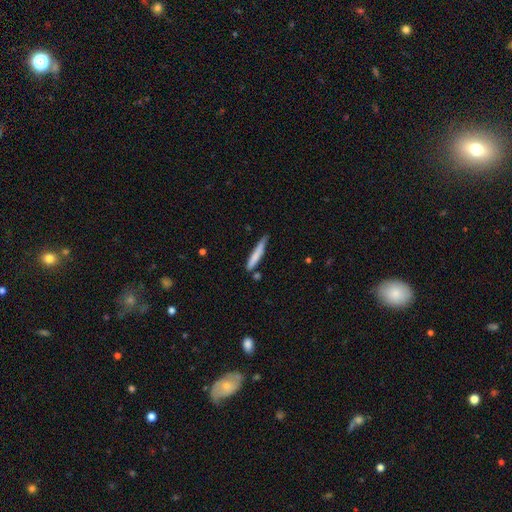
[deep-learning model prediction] smooth 74%, featured or disk 20%, star or artifact 6%. Down the decision tree: how rounded — cigar-shaped (93%); merging — none (66%).